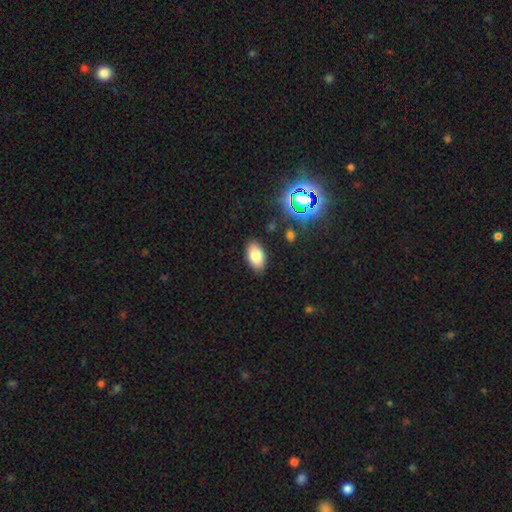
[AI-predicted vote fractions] smooth-or-featured: smooth: 79% | star or artifact: 11% | featured or disk: 10%
  how-rounded: in between: 93% | round: 5% | cigar-shaped: 2%
  merging: none: 87% | minor disturbance: 9% | major disturbance: 2% | merger: 1%